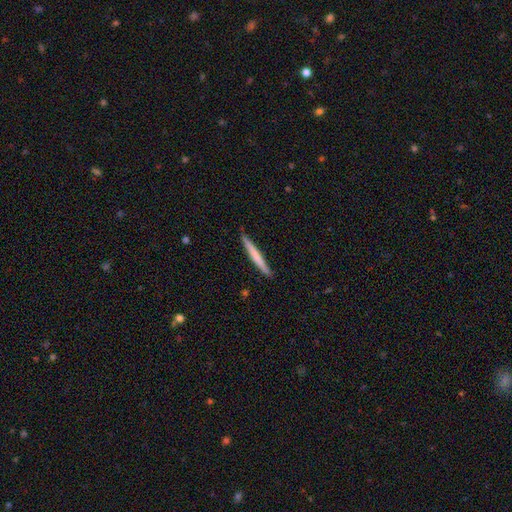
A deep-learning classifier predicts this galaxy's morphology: This is likely a smooth galaxy (64%). How rounded: clearly cigar-shaped (97%). Merging: clearly none (90%).